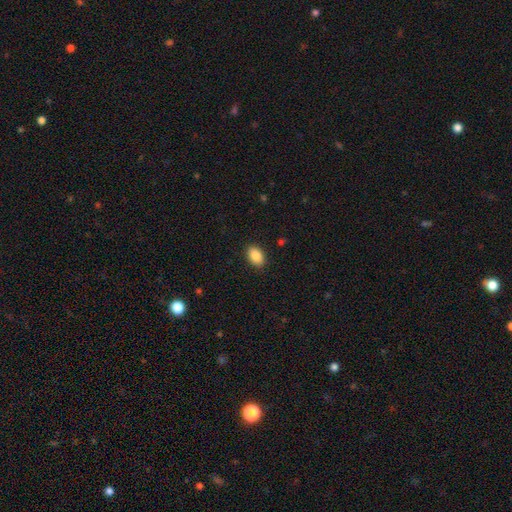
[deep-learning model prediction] Morphology: type=smooth (87%); roundness=in between (86%); merging=none (90%).